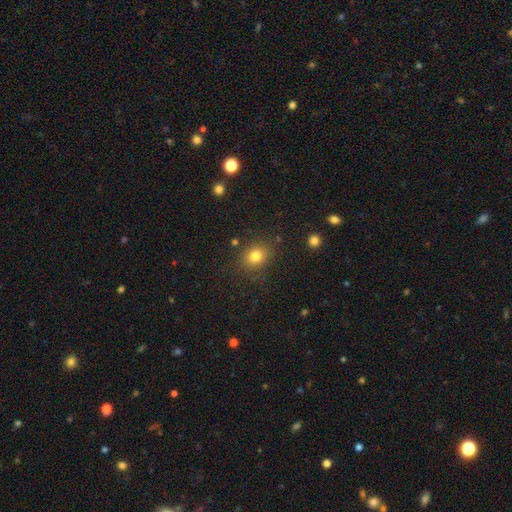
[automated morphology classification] A smooth galaxy with no disk features (80%) that is round (59%). Merging: none (81%).